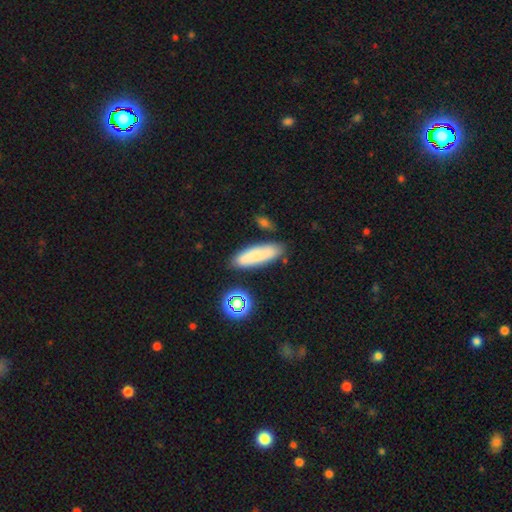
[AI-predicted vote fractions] Morphology: type=smooth (76%); roundness=cigar-shaped (51%); merging=none (79%).